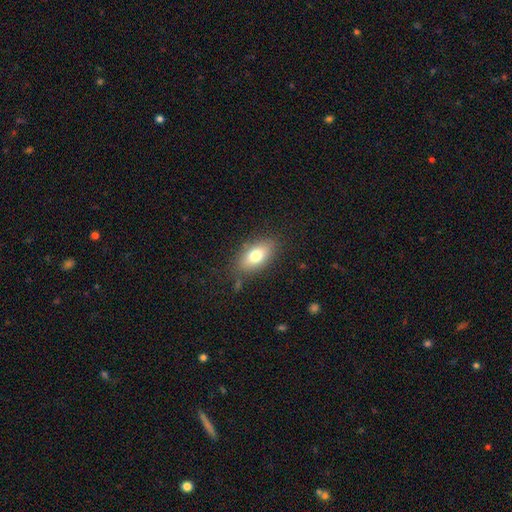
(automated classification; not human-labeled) Smooth or featured: smooth — 77% (featured or disk — 15%)
How rounded: in between — 89% (round — 6%)
Merging: none — 80% (minor disturbance — 14%)